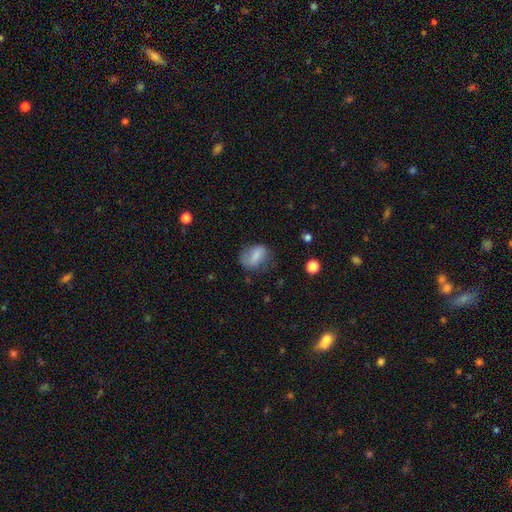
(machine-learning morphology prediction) A smooth galaxy with no disk features (69%) that is in between round and cigar-shaped (72%). Merging: none (60%).